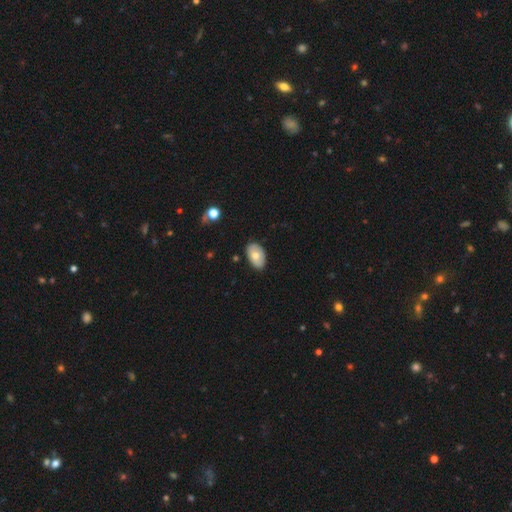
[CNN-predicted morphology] A smooth galaxy with no disk features (69%) that is in between round and cigar-shaped (92%). Merging: none (82%).